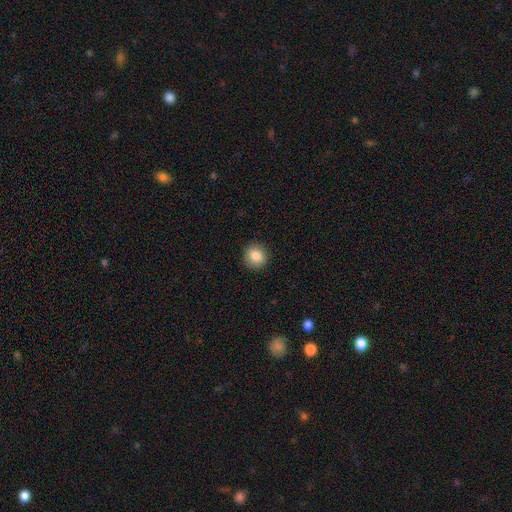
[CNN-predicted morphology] Overall: smooth (86%). How rounded: round (92%). Merging: none (91%).